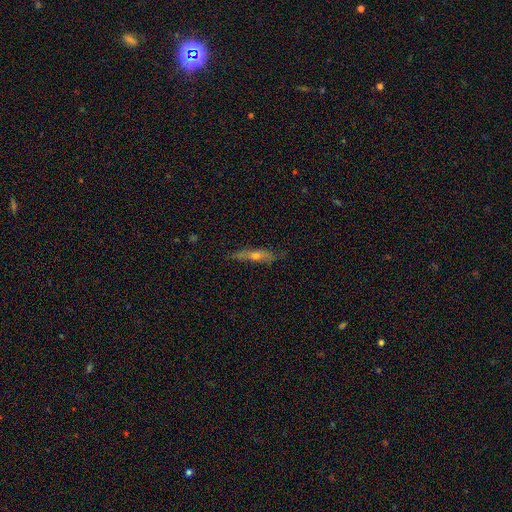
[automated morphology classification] Smooth or featured? Predicted: featured or disk (p=0.56). Edge-on disk? Predicted: yes (p=0.80). Merging? Predicted: none (p=0.75).